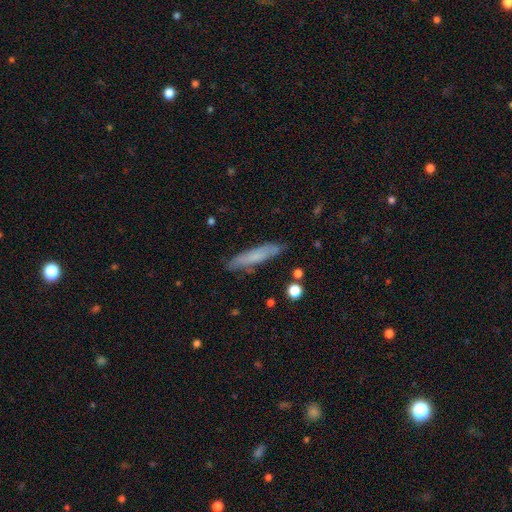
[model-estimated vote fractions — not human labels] Smooth or featured?
  - smooth: 67% *
  - featured or disk: 26%
  - star or artifact: 7%
How rounded?
  - cigar-shaped: 87% *
  - in between: 12%
  - round: 2%
Merging?
  - none: 83% *
  - minor disturbance: 12%
  - major disturbance: 3%
  - merger: 2%